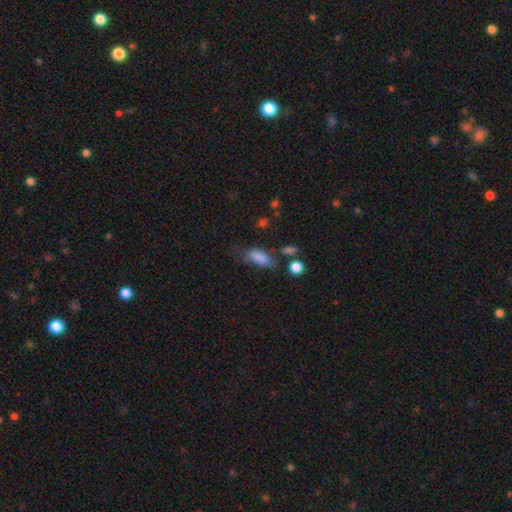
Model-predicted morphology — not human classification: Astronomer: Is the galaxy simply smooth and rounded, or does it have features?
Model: smooth — 55%.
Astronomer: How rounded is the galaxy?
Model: in between — 70%.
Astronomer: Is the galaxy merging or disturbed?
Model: none — 58%.